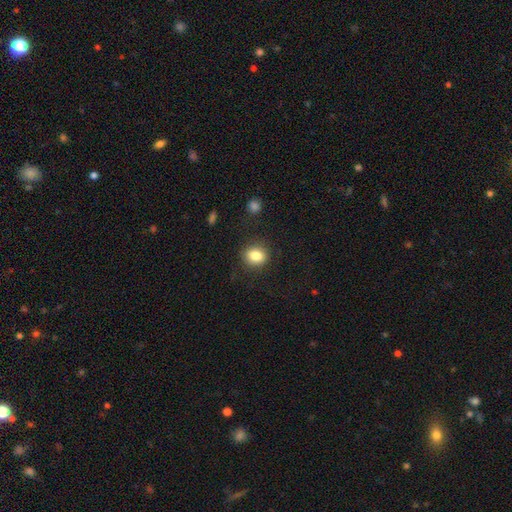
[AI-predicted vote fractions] smooth-or-featured: smooth: 84% | star or artifact: 10% | featured or disk: 6%
  how-rounded: round: 65% | in between: 34% | cigar-shaped: 1%
  merging: none: 87% | minor disturbance: 9% | major disturbance: 3% | merger: 1%